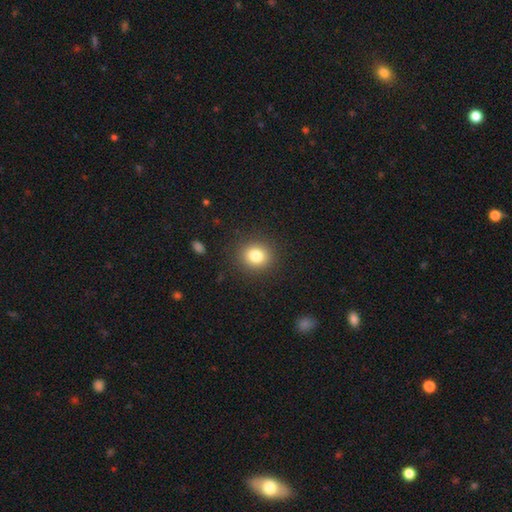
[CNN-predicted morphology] A smooth galaxy with no disk features (81%) that is round (80%).

Vote fractions:
- Smooth or featured? smooth: 81% / star or artifact: 11% / featured or disk: 7%
- How rounded? round: 80% / in between: 19% / cigar-shaped: 1%
- Merging? none: 89% / minor disturbance: 7% / major disturbance: 3% / merger: 1%